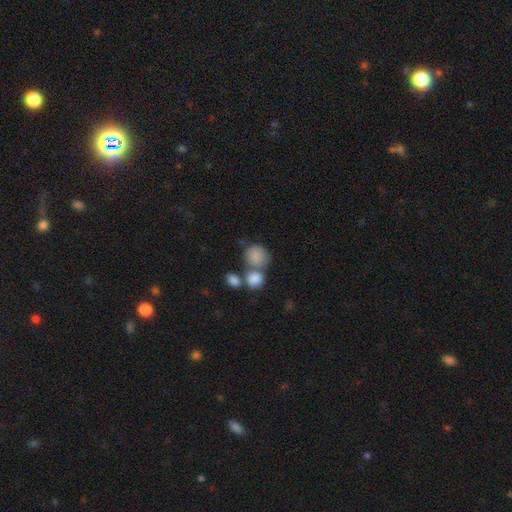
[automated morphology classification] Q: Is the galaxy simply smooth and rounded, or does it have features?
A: smooth — 82%.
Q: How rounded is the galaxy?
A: round — 69%.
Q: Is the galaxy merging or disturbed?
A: merger — 43%.